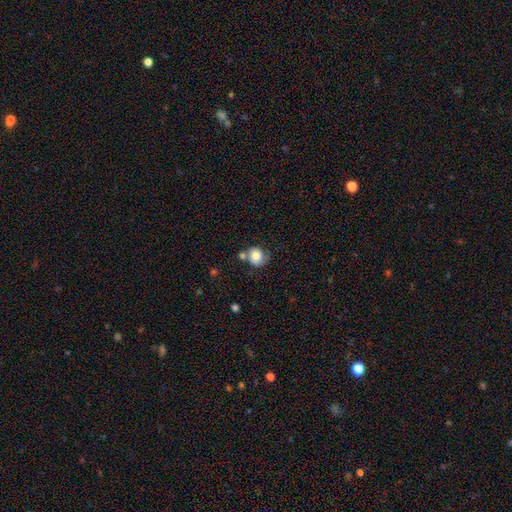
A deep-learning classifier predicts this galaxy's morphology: A smooth galaxy with no disk features (72%) that is round (79%).

Vote fractions:
- Smooth or featured? smooth: 72% / featured or disk: 20% / star or artifact: 8%
- How rounded? round: 79% / in between: 20% / cigar-shaped: 1%
- Merging? none: 48% / minor disturbance: 23% / merger: 18% / major disturbance: 11%